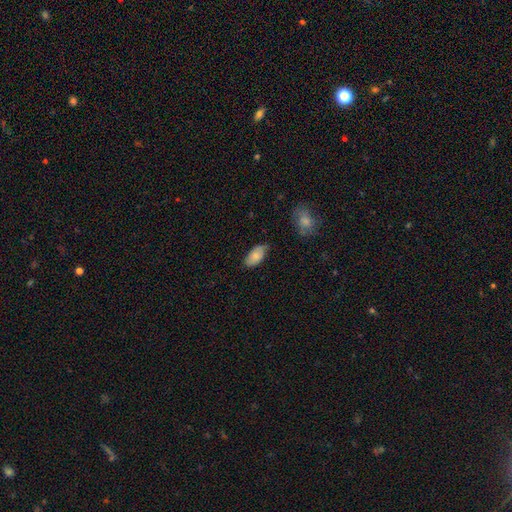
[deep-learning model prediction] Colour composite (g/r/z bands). It shows a smooth galaxy with no disk features (77%) that is in between round and cigar-shaped (94%). Merging: none (73%).